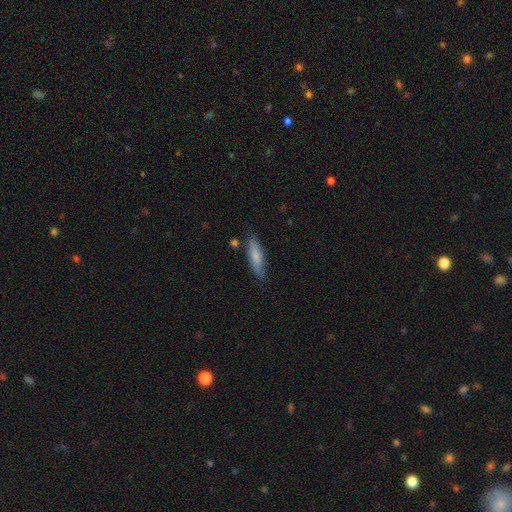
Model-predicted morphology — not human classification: Smooth or featured: smooth — 75% (featured or disk — 19%)
How rounded: cigar-shaped — 69% (in between — 29%)
Merging: none — 79% (minor disturbance — 15%)